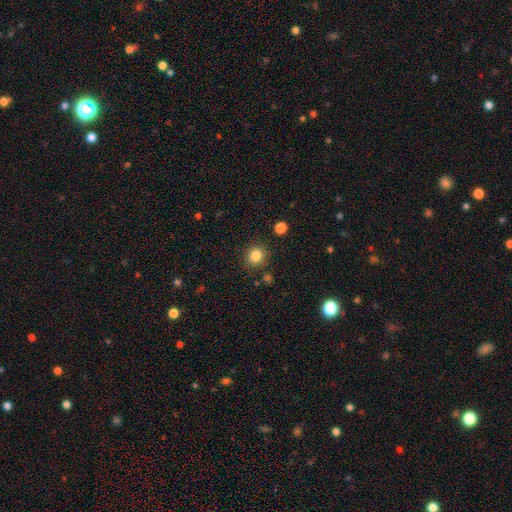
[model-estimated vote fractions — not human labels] smooth 84%, star or artifact 11%, featured or disk 5%. Down the decision tree: how rounded — round (85%); merging — none (86%).